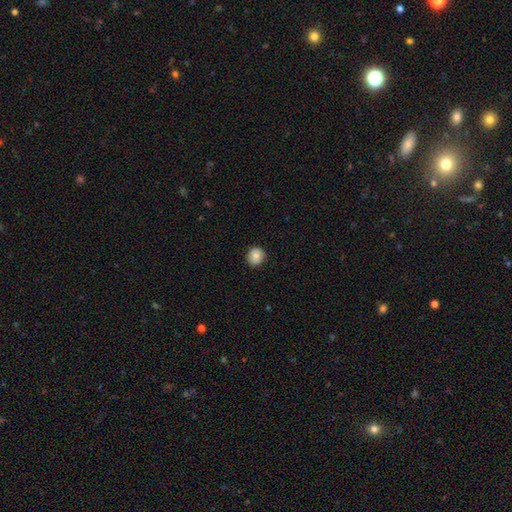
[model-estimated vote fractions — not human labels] The model was most divided on "smooth or featured": smooth: 81%, featured or disk: 11%, star or artifact: 8%. More confident: how rounded — round (89%); merging — none (86%).